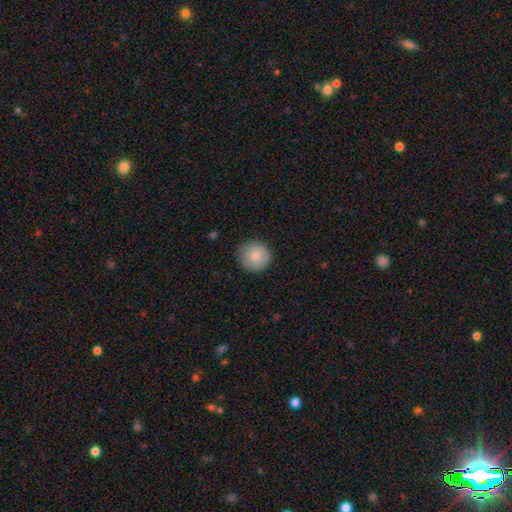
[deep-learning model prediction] The model was most divided on "smooth or featured": smooth: 85%, featured or disk: 9%, star or artifact: 7%. More confident: how rounded — round (95%); merging — none (88%).